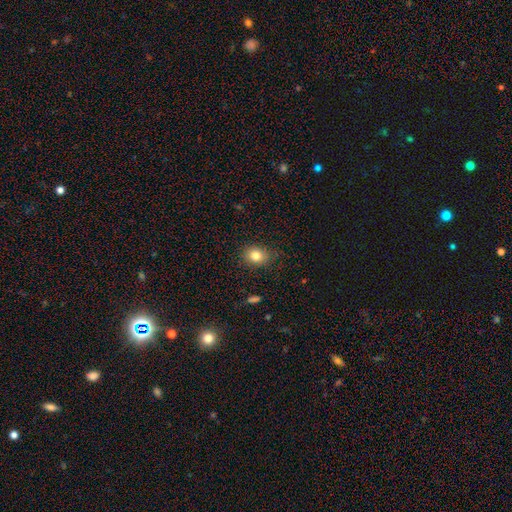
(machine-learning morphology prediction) Overall: smooth (81%). How rounded: in between (50%; round 49%). Merging: none (84%).